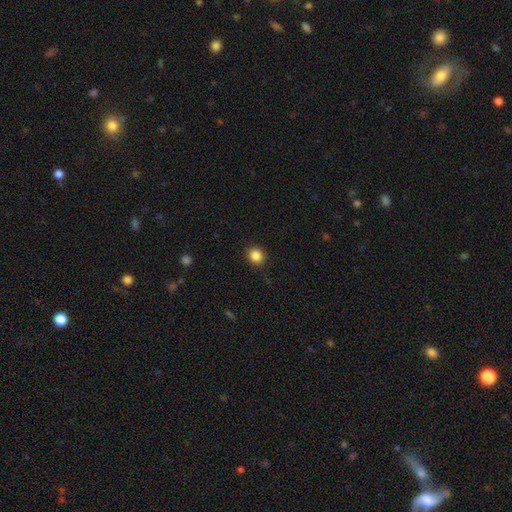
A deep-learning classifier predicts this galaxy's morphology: This is clearly a smooth galaxy (86%). How rounded: clearly round (85%). Merging: clearly none (90%).